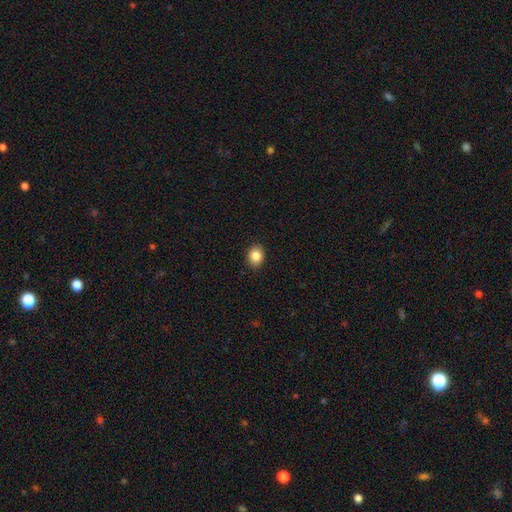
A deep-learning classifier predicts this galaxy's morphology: This appears to be a smooth galaxy with no disk features (85%) that is round (59%). Merging: none (90%).